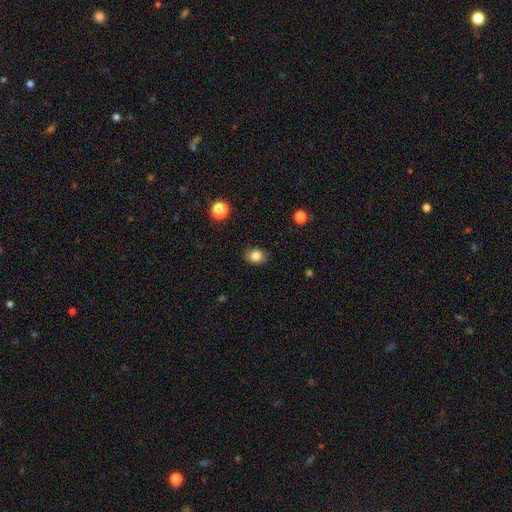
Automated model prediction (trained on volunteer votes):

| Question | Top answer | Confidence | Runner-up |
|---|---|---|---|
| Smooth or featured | smooth | 83% | star or artifact (11%) |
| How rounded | in between | 53% | round (46%) |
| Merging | none | 85% | minor disturbance (12%) |